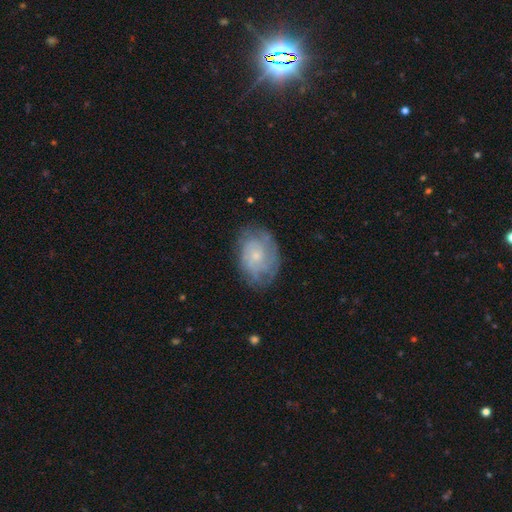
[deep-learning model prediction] A featured or disk galaxy (59%) with no bar (80%), spiral arms (75%) and a small central bulge (69%). Merging: none (70%).